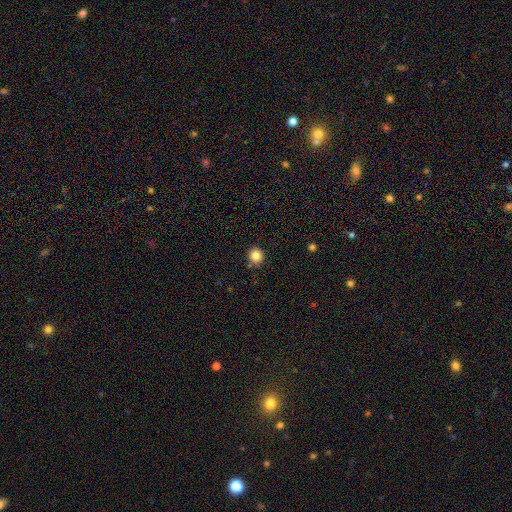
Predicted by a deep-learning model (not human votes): A smooth galaxy with no disk features (84%) that is round (89%).

Vote fractions:
- Smooth or featured? smooth: 84% / star or artifact: 11% / featured or disk: 5%
- How rounded? round: 89% / in between: 10% / cigar-shaped: 1%
- Merging? none: 86% / minor disturbance: 9% / merger: 3% / major disturbance: 2%